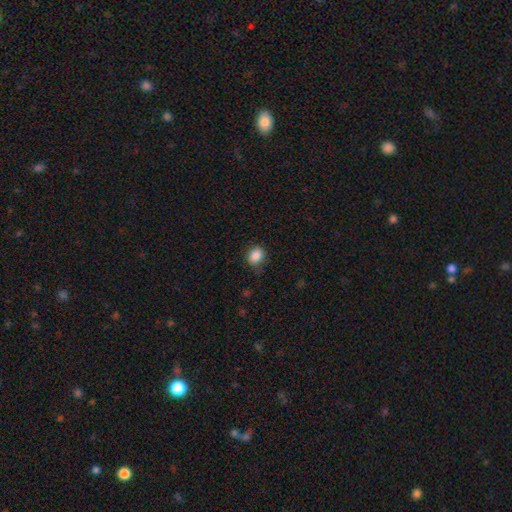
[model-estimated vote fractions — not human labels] Morphology: type=smooth (86%); roundness=round (51%); merging=none (76%).